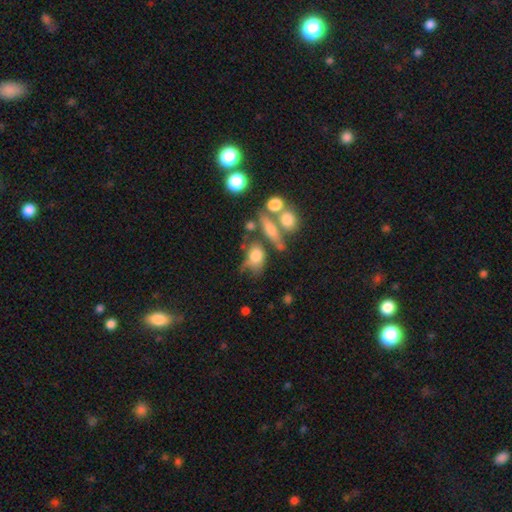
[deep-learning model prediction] smooth_or_featured: smooth (p=0.67) [alt: featured or disk p=0.22]
how_rounded: in between (p=0.67) [alt: round p=0.26]
merging: none (p=0.35) [alt: merger p=0.27]